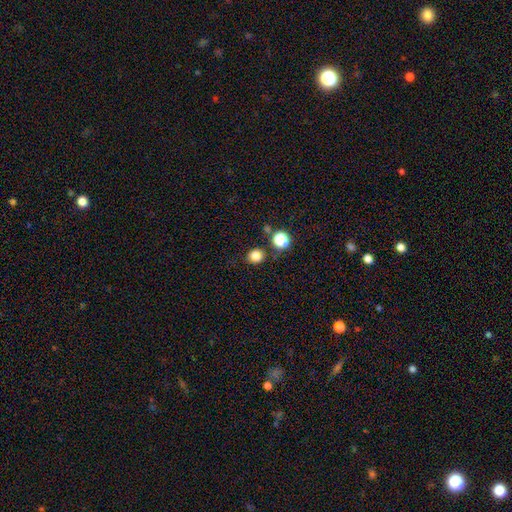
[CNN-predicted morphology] A smooth galaxy with no disk features (81%) that is round (87%). Merging: none (85%).